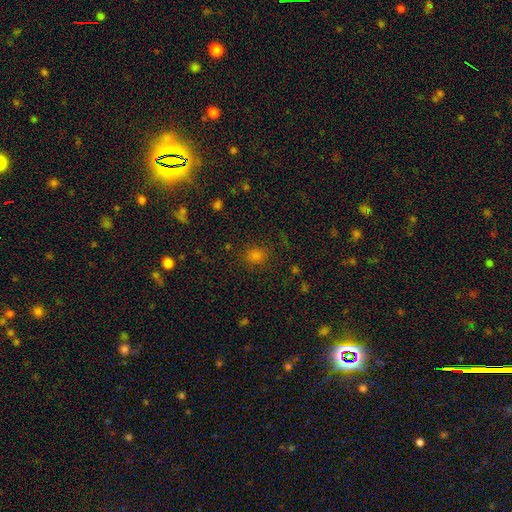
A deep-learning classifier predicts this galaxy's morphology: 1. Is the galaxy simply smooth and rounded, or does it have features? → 68% smooth, 27% star or artifact, 5% featured or disk.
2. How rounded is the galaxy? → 64% round, 34% in between, 1% cigar-shaped.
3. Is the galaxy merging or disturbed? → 83% none, 11% minor disturbance, 5% major disturbance, 2% merger.